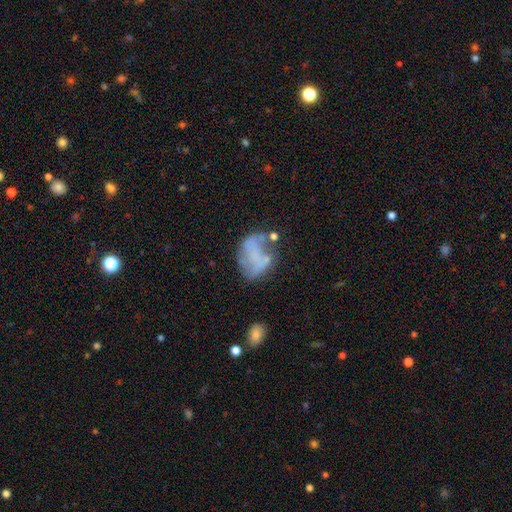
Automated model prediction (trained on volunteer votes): This is possibly a featured or disk galaxy (52%). It is clearly not viewed edge-on (97%). Bar: likely no (75%). Spiral arm pattern: likely no (68%). Central bulge: likely none (77%). Merging: marginally none (36%).